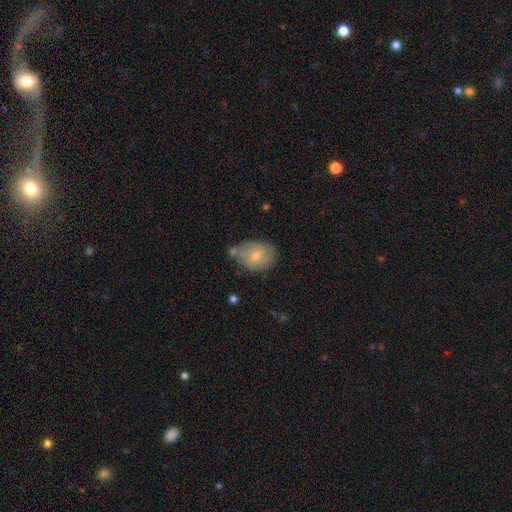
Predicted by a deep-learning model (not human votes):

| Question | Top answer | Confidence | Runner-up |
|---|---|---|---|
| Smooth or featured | smooth | 59% | featured or disk (34%) |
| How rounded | in between | 66% | round (33%) |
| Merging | none | 49% | minor disturbance (28%) |